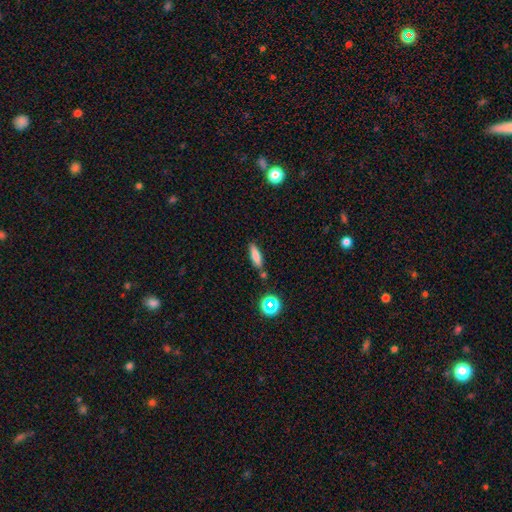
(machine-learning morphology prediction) smooth 75%, featured or disk 14%, star or artifact 11%. Down the decision tree: how rounded — cigar-shaped (56%); merging — none (77%).